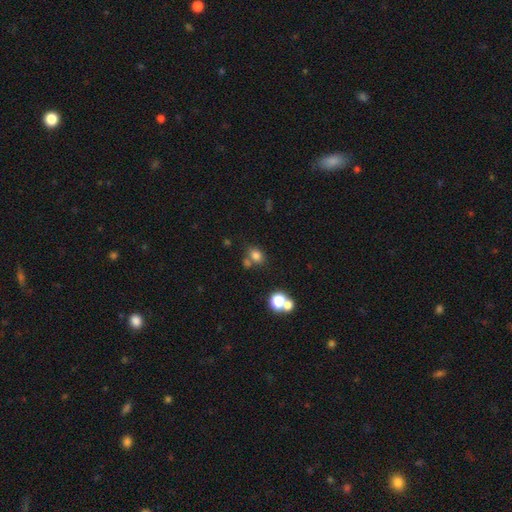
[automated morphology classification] Smooth or featured: smooth — 77% (star or artifact — 15%)
How rounded: in between — 55% (round — 44%)
Merging: none — 60% (merger — 22%)